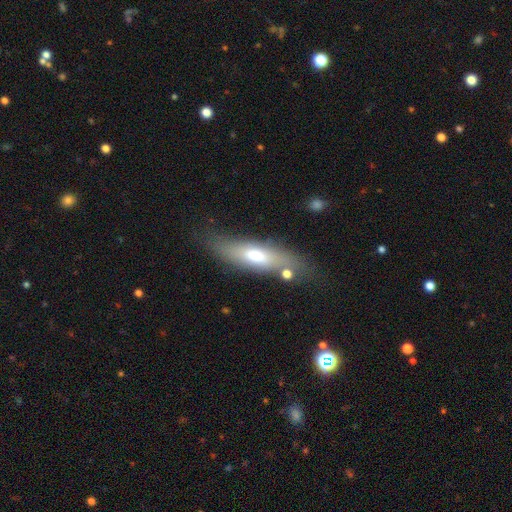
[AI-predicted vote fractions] Smooth or featured: smooth — 58% (featured or disk — 34%)
How rounded: cigar-shaped — 56% (in between — 42%)
Merging: none — 71% (minor disturbance — 18%)